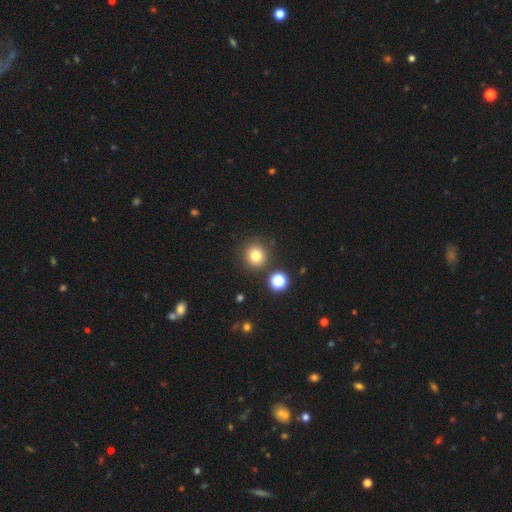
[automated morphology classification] A smooth galaxy with no disk features (78%) that is round (92%). Merging: none (85%).